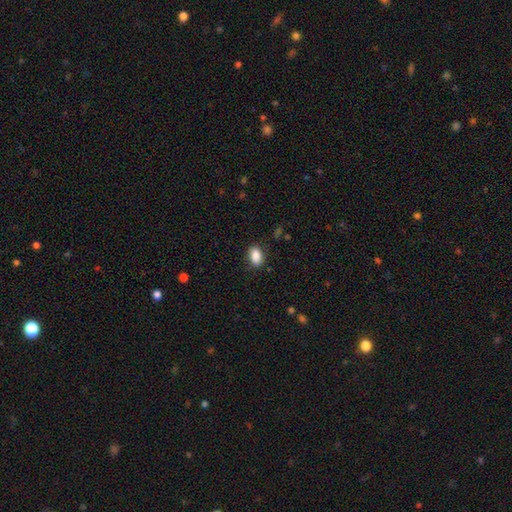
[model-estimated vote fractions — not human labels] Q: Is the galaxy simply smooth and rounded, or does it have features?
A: smooth — 87%.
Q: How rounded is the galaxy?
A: in between — 88%.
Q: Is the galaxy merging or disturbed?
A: none — 84%.